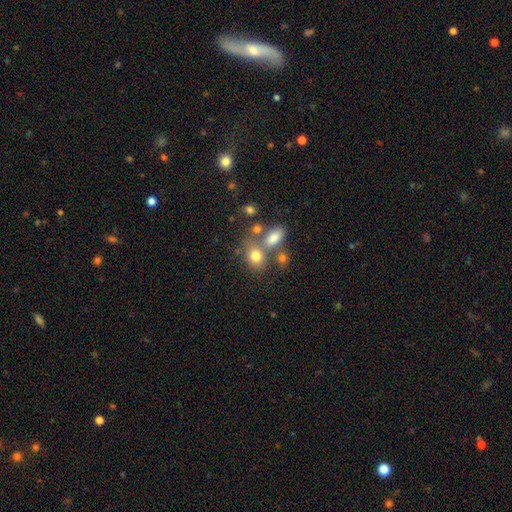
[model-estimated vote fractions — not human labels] smooth-or-featured: smooth: 75% | featured or disk: 13% | star or artifact: 12%
  how-rounded: in between: 60% | round: 38% | cigar-shaped: 2%
  merging: none: 48% | merger: 32% | minor disturbance: 13% | major disturbance: 7%